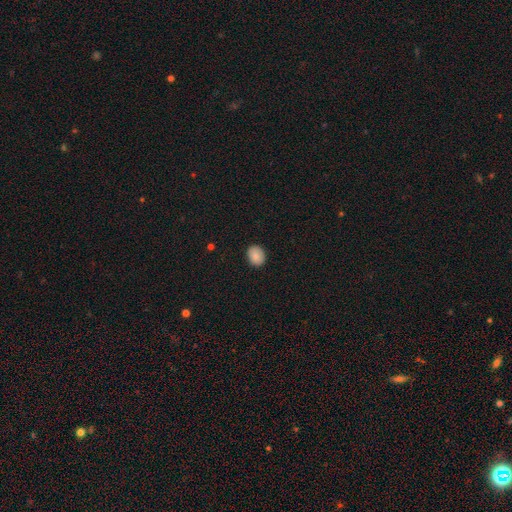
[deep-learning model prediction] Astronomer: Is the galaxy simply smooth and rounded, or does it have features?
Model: smooth — 87%.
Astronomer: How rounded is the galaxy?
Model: round — 52% (runner-up: in between, 48%).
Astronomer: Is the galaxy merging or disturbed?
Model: none — 89%.